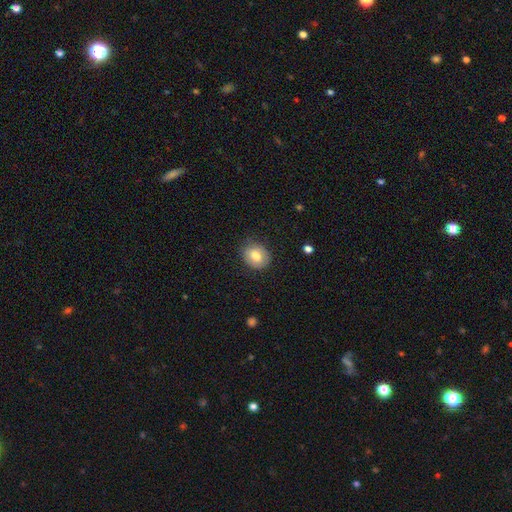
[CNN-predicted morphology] The model was most divided on "how rounded": round: 57%, in between: 43%, cigar-shaped: 1%. More confident: merging — none (79%); smooth or featured — smooth (76%).